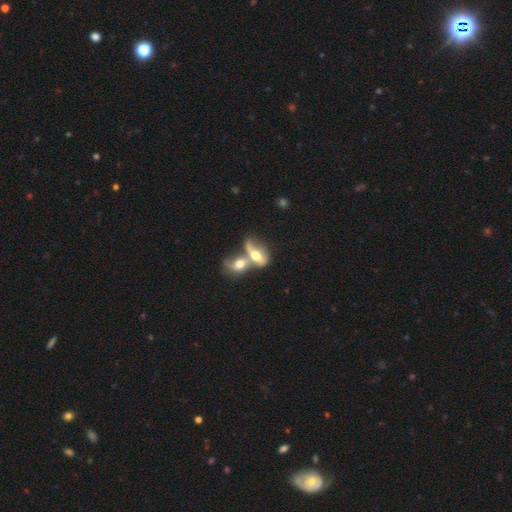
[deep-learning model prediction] smooth 52%, featured or disk 40%, star or artifact 9%. Down the decision tree: how rounded — in between (78%); merging — merger (78%).